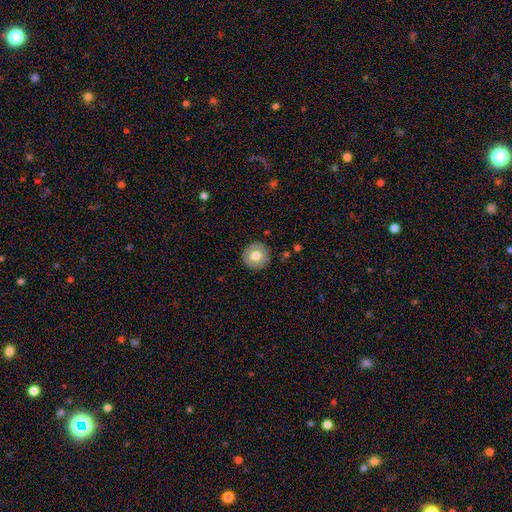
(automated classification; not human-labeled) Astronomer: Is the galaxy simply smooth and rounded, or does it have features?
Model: smooth — 68%.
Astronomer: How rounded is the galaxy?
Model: round — 92%.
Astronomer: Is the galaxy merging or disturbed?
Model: none — 89%.